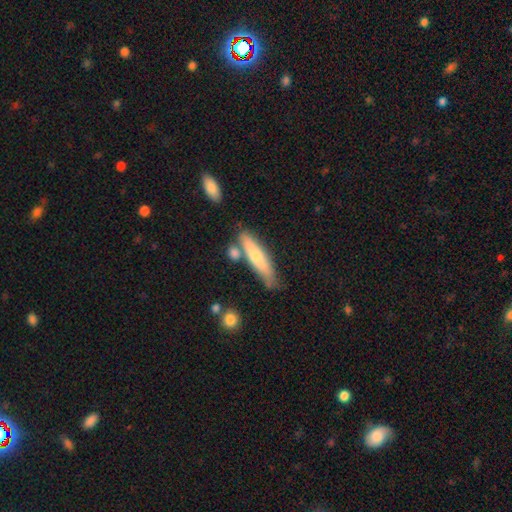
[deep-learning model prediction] The model was most divided on "smooth or featured": smooth: 62%, featured or disk: 32%, star or artifact: 6%. More confident: how rounded — cigar-shaped (81%); merging — none (65%).